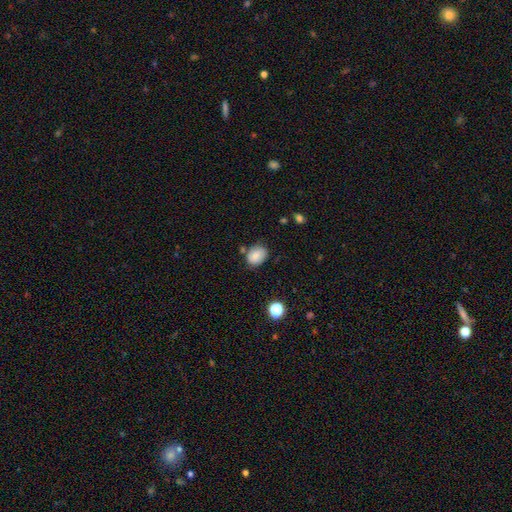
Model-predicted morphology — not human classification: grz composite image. It shows a smooth galaxy with no disk features (80%) that is in between round and cigar-shaped (59%). Merging: none (71%).